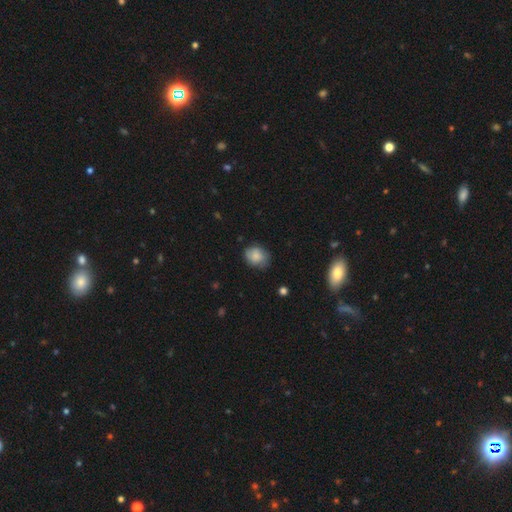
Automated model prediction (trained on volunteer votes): A smooth galaxy with no disk features (79%) that is round (57%).

Vote fractions:
- Smooth or featured? smooth: 79% / featured or disk: 12% / star or artifact: 8%
- How rounded? round: 57% / in between: 42% / cigar-shaped: 1%
- Merging? none: 68% / minor disturbance: 25% / major disturbance: 6% / merger: 1%